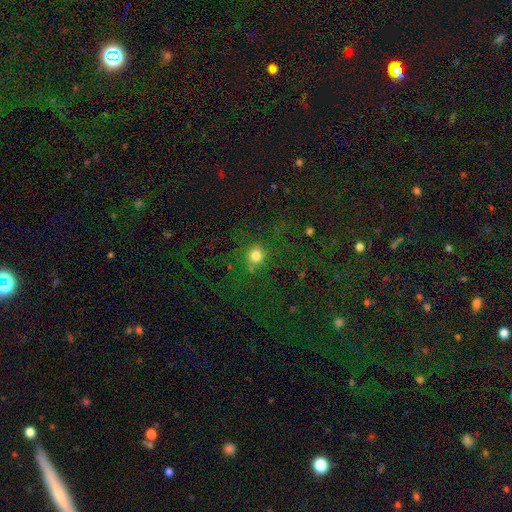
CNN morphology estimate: This is likely a smooth galaxy (80%). How rounded: clearly round (85%). Merging: likely none (79%).